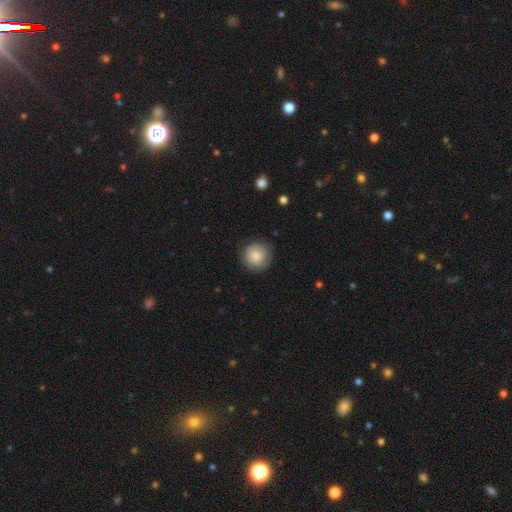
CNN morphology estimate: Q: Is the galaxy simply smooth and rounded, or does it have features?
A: smooth — 84%.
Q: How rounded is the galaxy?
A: round — 94%.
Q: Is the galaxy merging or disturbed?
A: none — 83%.